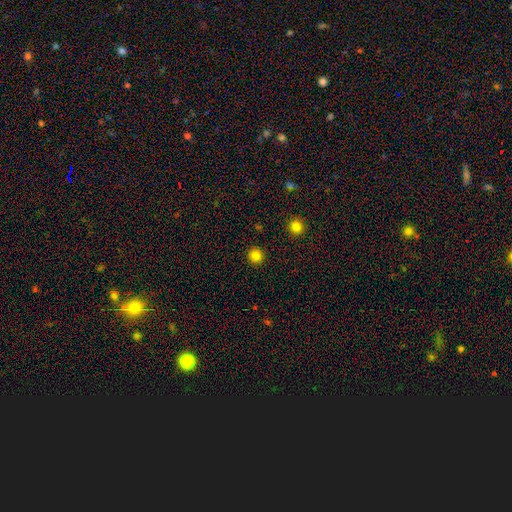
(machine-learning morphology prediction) This appears to be a smooth galaxy with no disk features (83%) that is round (95%). Merging: none (93%).